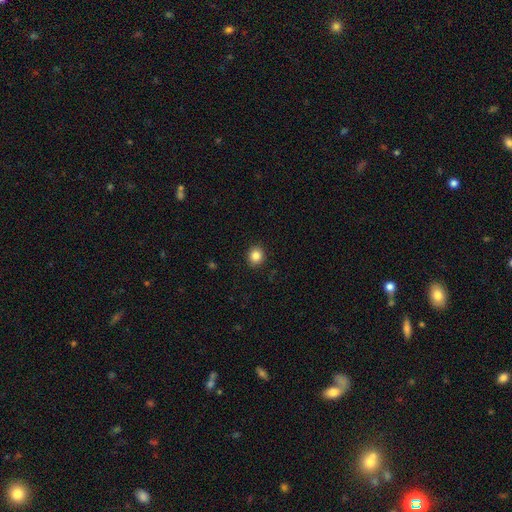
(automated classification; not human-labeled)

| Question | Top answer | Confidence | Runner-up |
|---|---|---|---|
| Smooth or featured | smooth | 86% | star or artifact (10%) |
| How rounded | round | 82% | in between (17%) |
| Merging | none | 92% | minor disturbance (6%) |